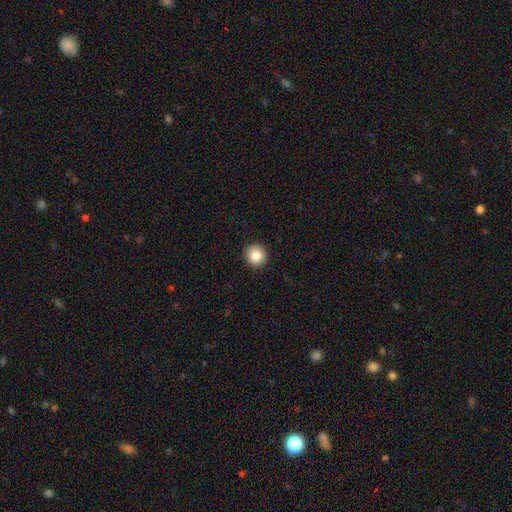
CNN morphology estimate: Q: Smooth or featured?
A: smooth (86%); runner-up: star or artifact (9%)
Q: How rounded?
A: round (94%); runner-up: in between (5%)
Q: Merging?
A: none (93%); runner-up: minor disturbance (5%)